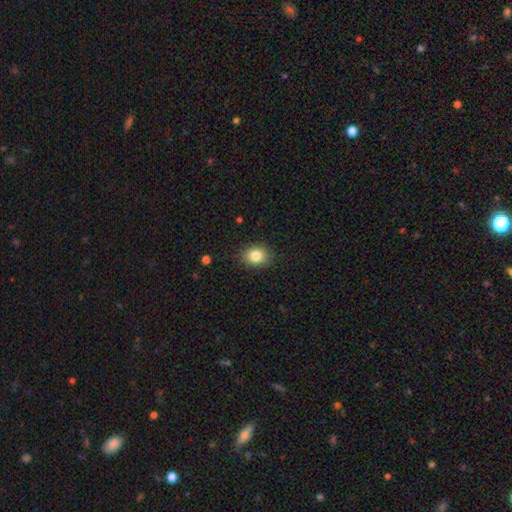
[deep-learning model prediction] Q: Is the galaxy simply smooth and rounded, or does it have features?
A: smooth — 83%.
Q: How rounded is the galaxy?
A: round — 53%.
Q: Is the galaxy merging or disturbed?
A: none — 87%.